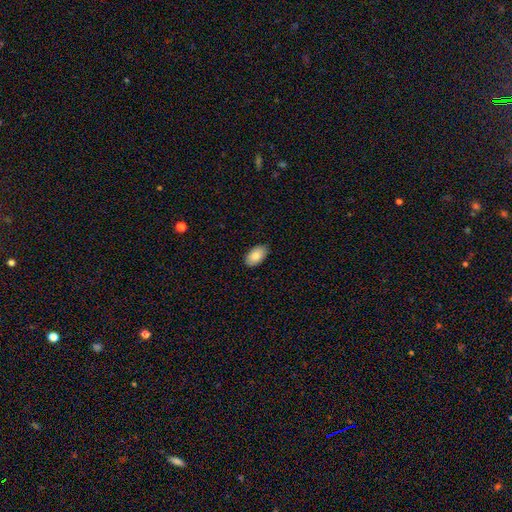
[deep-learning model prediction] Overall: smooth (86%). How rounded: in between (94%). Merging: none (86%).